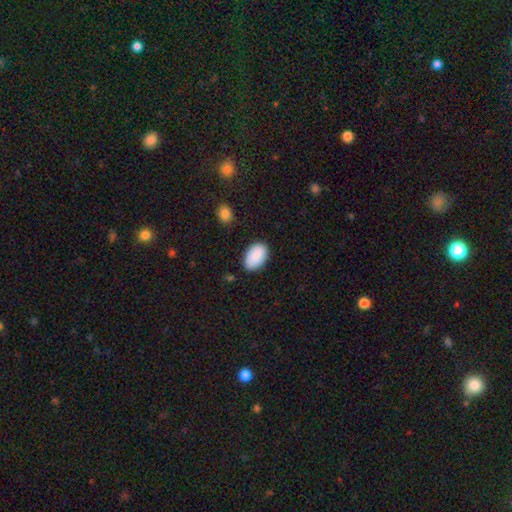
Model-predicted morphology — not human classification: type=smooth (88%); roundness=in between (92%); merging=none (81%).